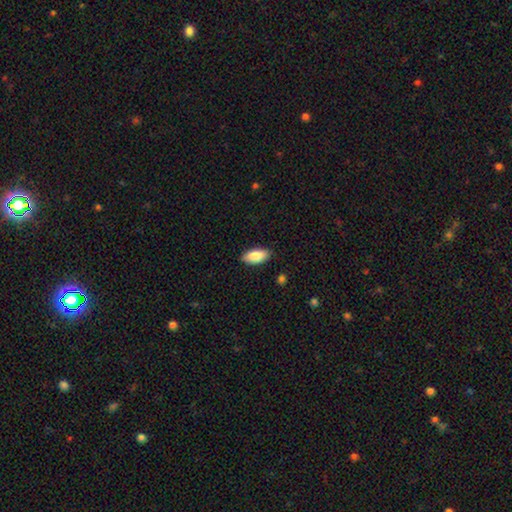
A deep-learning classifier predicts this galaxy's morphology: A smooth galaxy with no disk features (87%) that is in between round and cigar-shaped (89%).

Vote fractions:
- Smooth or featured? smooth: 87% / featured or disk: 7% / star or artifact: 6%
- How rounded? in between: 89% / cigar-shaped: 9% / round: 2%
- Merging? none: 87% / minor disturbance: 10% / major disturbance: 2% / merger: 1%